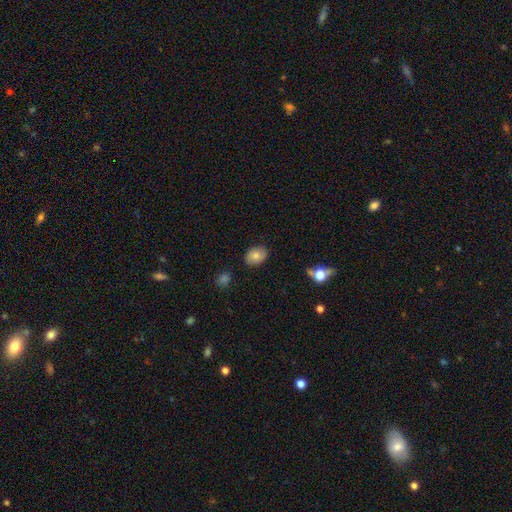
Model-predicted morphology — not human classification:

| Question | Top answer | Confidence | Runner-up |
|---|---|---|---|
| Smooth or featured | smooth | 79% | featured or disk (13%) |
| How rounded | in between | 75% | round (24%) |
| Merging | none | 84% | minor disturbance (12%) |